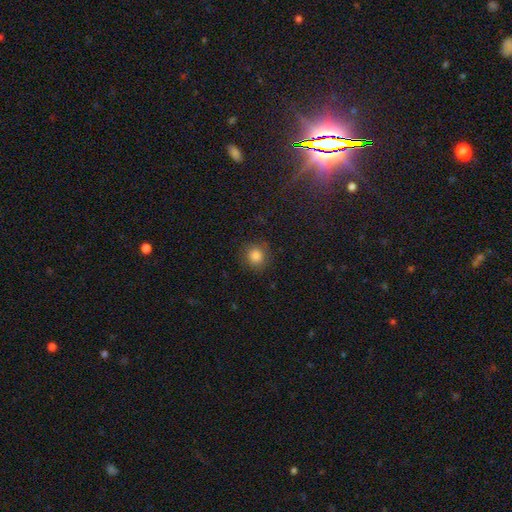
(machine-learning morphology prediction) smooth-or-featured: smooth: 84% | star or artifact: 11% | featured or disk: 5%
  how-rounded: round: 90% | in between: 9% | cigar-shaped: 1%
  merging: none: 86% | minor disturbance: 9% | major disturbance: 3% | merger: 1%